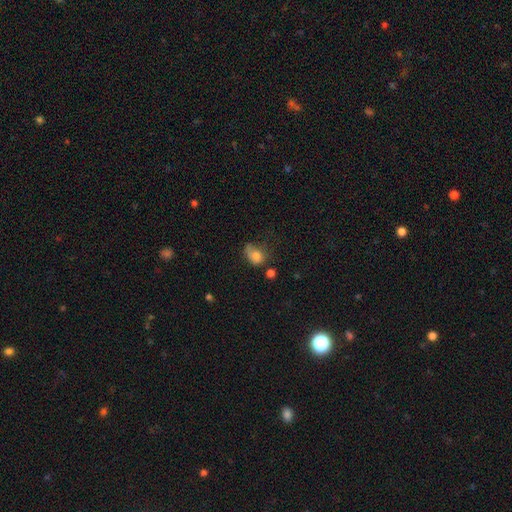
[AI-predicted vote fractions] This is likely a smooth galaxy (74%). How rounded: likely in between (66%). Merging: marginally minor disturbance (33%).